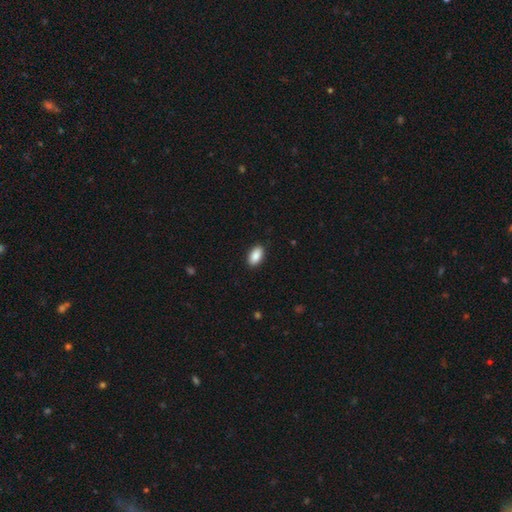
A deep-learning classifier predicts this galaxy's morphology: Smooth or featured? smooth (89%)
How rounded? in between (94%)
Merging? none (90%)